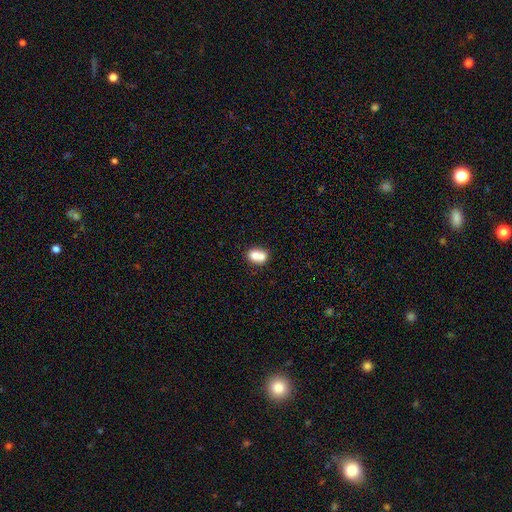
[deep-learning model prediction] smooth 71%, featured or disk 20%, star or artifact 9%. Down the decision tree: how rounded — round (50%); merging — merger (62%).